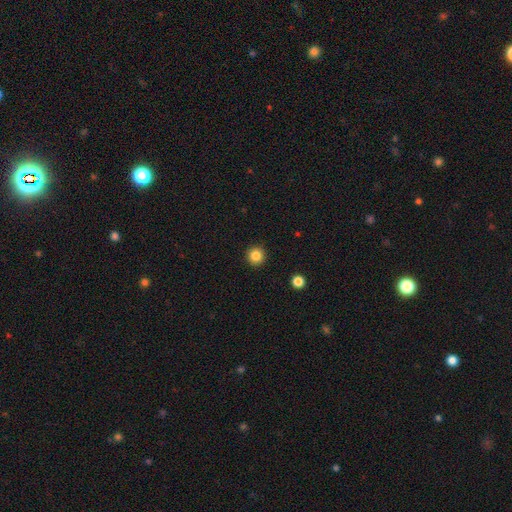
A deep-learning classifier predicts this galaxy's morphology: Q: Smooth or featured?
A: smooth (84%); runner-up: star or artifact (11%)
Q: How rounded?
A: round (95%); runner-up: in between (4%)
Q: Merging?
A: none (93%); runner-up: minor disturbance (5%)